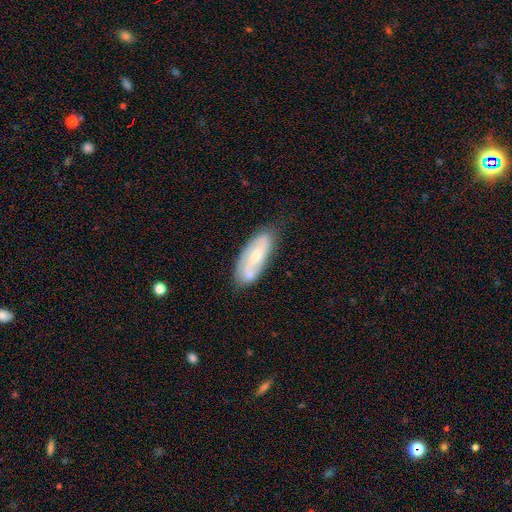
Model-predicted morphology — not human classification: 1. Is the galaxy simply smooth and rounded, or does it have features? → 66% featured or disk, 29% smooth, 6% star or artifact.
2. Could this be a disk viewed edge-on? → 90% no, 10% yes.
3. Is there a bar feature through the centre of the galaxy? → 44% no, 40% weak, 16% strong.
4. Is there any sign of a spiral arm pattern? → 87% yes, 13% no.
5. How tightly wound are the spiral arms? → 41% medium, 33% tight, 25% loose.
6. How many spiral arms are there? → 70% 2, 18% can't tell, 6% 1, 3% 3, 1% 4, 1% more than 4.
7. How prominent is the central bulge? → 55% small, 38% moderate, 4% none, 2% large, 1% dominant.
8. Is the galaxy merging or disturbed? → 71% none, 21% minor disturbance, 5% major disturbance, 3% merger.